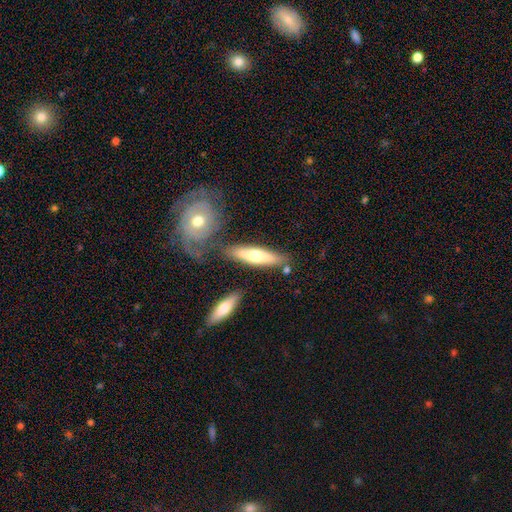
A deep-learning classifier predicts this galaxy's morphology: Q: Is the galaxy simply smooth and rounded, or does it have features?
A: smooth — 59%.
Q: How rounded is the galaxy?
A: cigar-shaped — 68%.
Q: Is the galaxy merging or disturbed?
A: none — 73%.